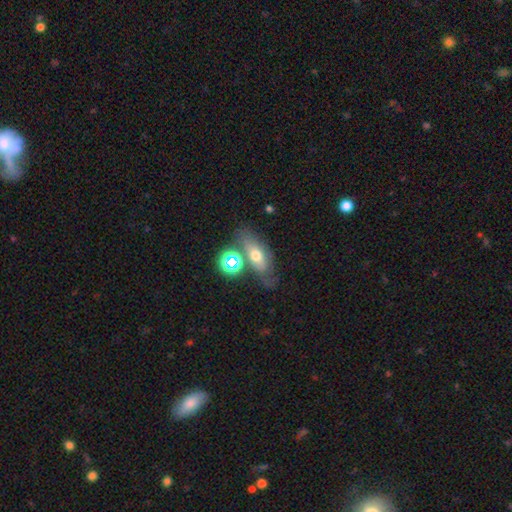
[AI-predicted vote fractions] A smooth galaxy with no disk features (52%) that is in between round and cigar-shaped (69%).

Vote fractions:
- Smooth or featured? smooth: 52% / featured or disk: 31% / star or artifact: 17%
- How rounded? in between: 69% / round: 16% / cigar-shaped: 15%
- Merging? none: 55% / minor disturbance: 20% / merger: 15% / major disturbance: 11%